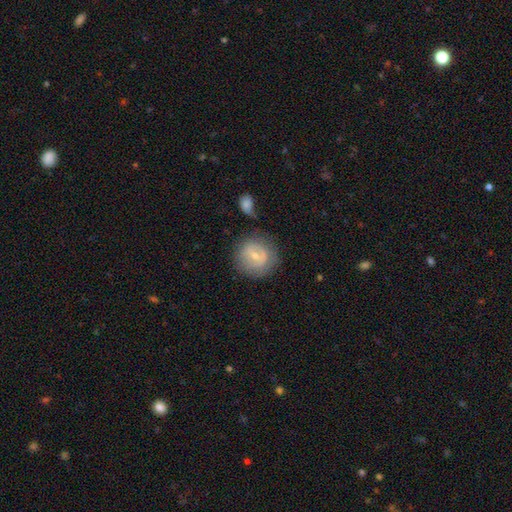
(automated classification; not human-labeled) This is possibly a smooth galaxy (51%). How rounded: clearly round (88%). Merging: likely none (70%).